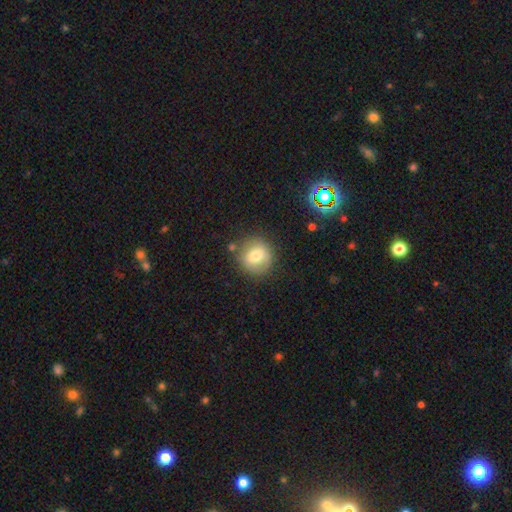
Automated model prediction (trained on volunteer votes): smooth_or_featured: smooth (p=0.72) [alt: featured or disk p=0.18]
how_rounded: round (p=0.92) [alt: in between p=0.07]
merging: none (p=0.81) [alt: minor disturbance p=0.12]